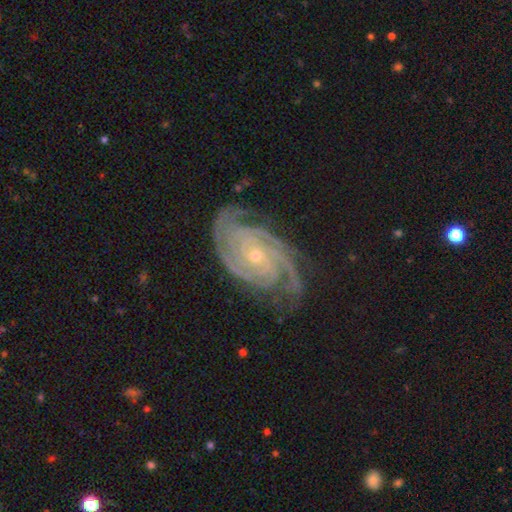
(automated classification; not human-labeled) smooth-or-featured: featured or disk: 93% | star or artifact: 4% | smooth: 3%
  disk-edge-on: no: 97% | yes: 3%
    bar: no: 74% | weak: 18% | strong: 8%
    has-spiral-arms: yes: 99% | no: 1%
      spiral-winding: tight: 77% | medium: 20% | loose: 3%
      spiral-arm-count: 4: 32% | 3: 26% | 2: 13% | more than 4: 12% | can't tell: 11% | 1: 7%
    bulge-size: small: 76% | moderate: 21% | large: 1% | none: 1% | dominant: 1%
  merging: none: 75% | minor disturbance: 18% | major disturbance: 6% | merger: 1%